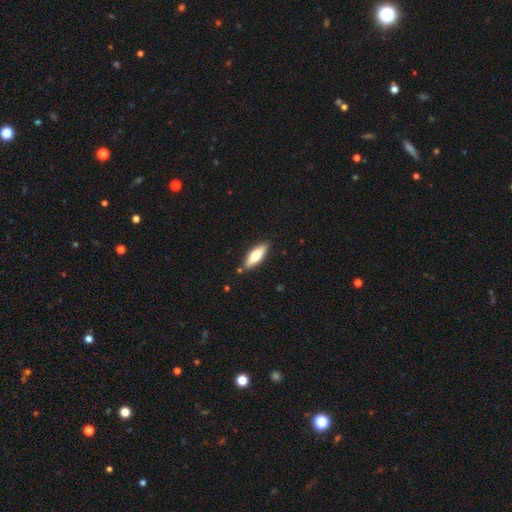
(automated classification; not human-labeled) A smooth galaxy with no disk features (66%) that is in between round and cigar-shaped (56%). Merging: none (85%).